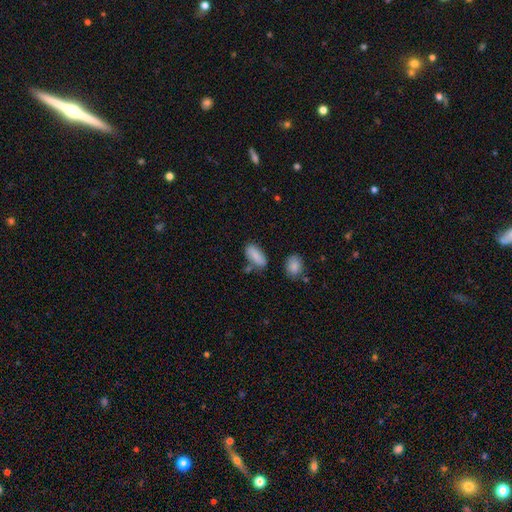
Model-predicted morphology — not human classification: This is clearly a smooth galaxy (81%). How rounded: clearly in between (86%). Merging: likely none (66%).